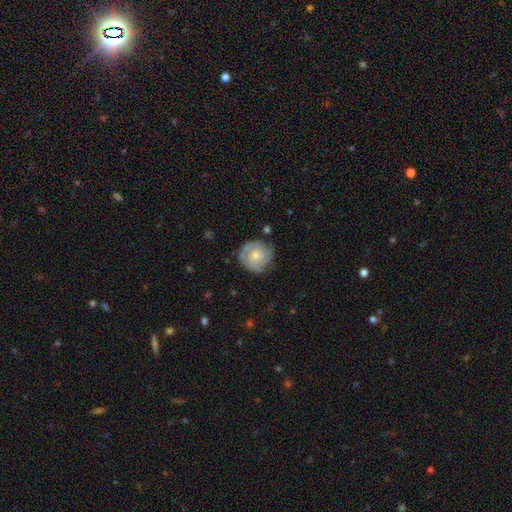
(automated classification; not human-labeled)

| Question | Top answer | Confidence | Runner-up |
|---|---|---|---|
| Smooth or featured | featured or disk | 61% | smooth (32%) |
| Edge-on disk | no | 98% | yes (2%) |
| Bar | no | 77% | weak (20%) |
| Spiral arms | yes | 83% | no (17%) |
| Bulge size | small | 55% | moderate (38%) |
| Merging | none | 71% | minor disturbance (20%) |